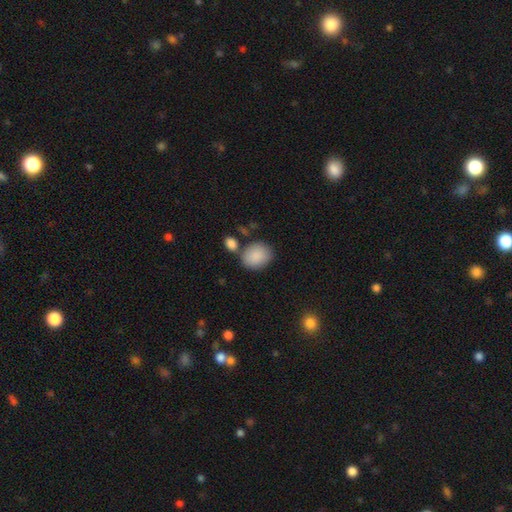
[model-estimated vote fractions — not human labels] Overall: smooth (89%). How rounded: in between (51%; round 48%). Merging: none (68%).